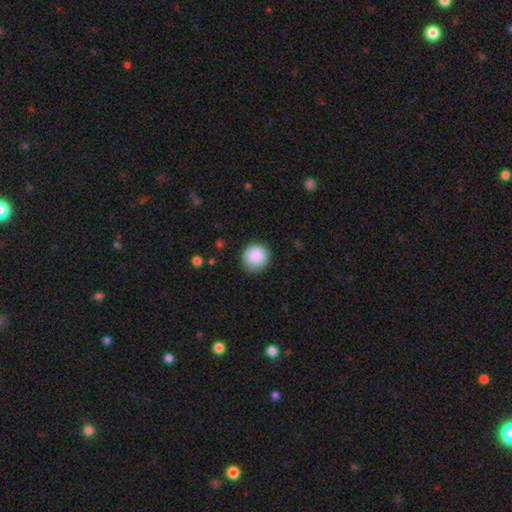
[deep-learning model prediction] Smooth or featured? smooth (88%)
How rounded? round (92%)
Merging? none (87%)